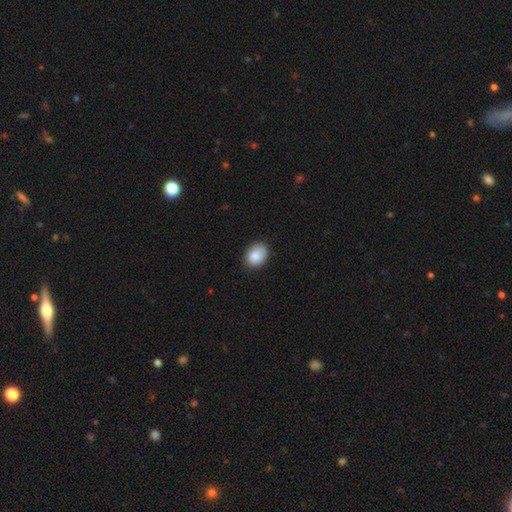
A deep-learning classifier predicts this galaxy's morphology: type=smooth (88%); roundness=in between (65%); merging=none (81%).